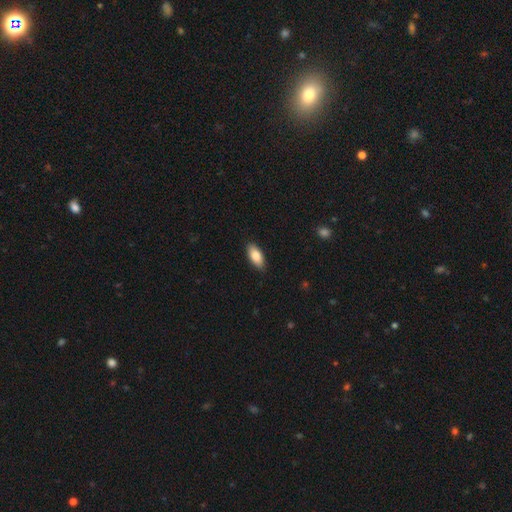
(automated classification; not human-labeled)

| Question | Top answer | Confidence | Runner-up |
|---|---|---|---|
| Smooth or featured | smooth | 83% | featured or disk (11%) |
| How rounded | in between | 87% | cigar-shaped (11%) |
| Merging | none | 88% | minor disturbance (9%) |